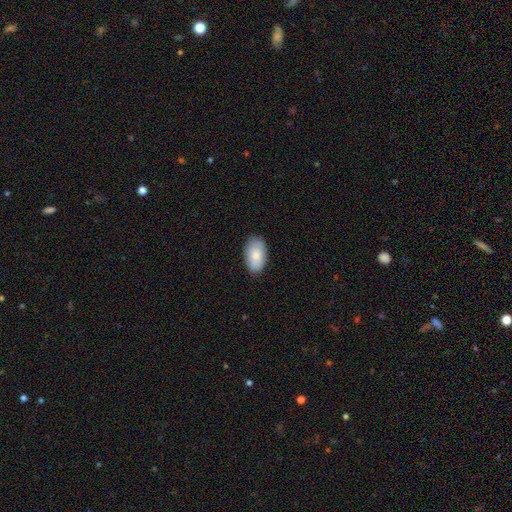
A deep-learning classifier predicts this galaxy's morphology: Smooth or featured? smooth (83%)
How rounded? in between (94%)
Merging? none (85%)